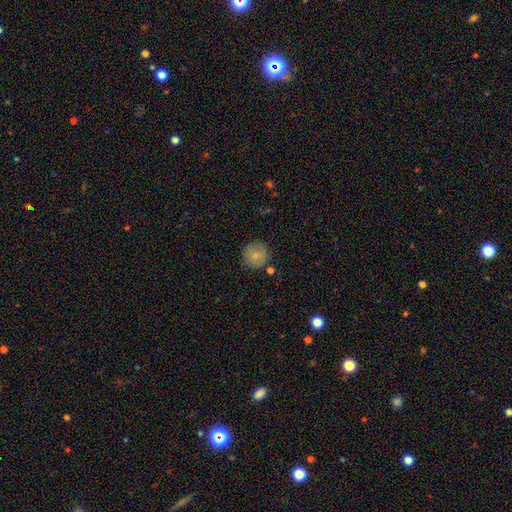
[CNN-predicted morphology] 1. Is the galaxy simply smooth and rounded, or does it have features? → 81% smooth, 10% featured or disk, 8% star or artifact.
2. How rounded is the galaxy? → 94% round, 5% in between, 1% cigar-shaped.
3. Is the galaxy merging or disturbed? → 82% none, 11% minor disturbance, 4% merger, 3% major disturbance.